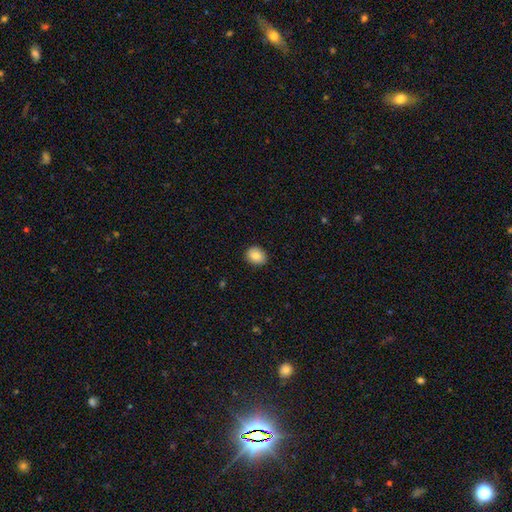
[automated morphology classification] Smooth or featured? Predicted: smooth (p=0.85). How rounded? Predicted: round (p=0.55). Merging? Predicted: none (p=0.89).